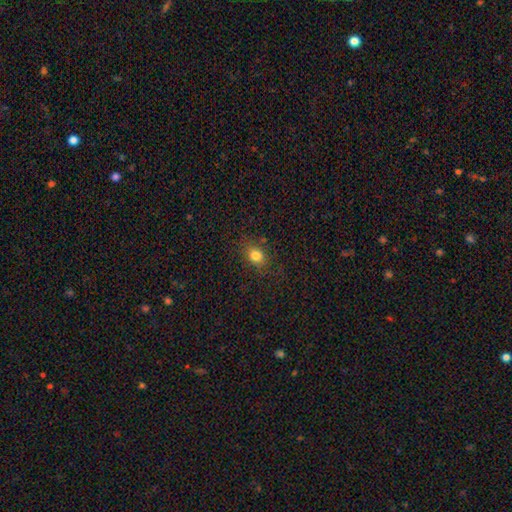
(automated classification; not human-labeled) The model was most divided on "how rounded": in between: 51%, round: 47%, cigar-shaped: 2%. More confident: merging — none (81%); smooth or featured — smooth (80%).